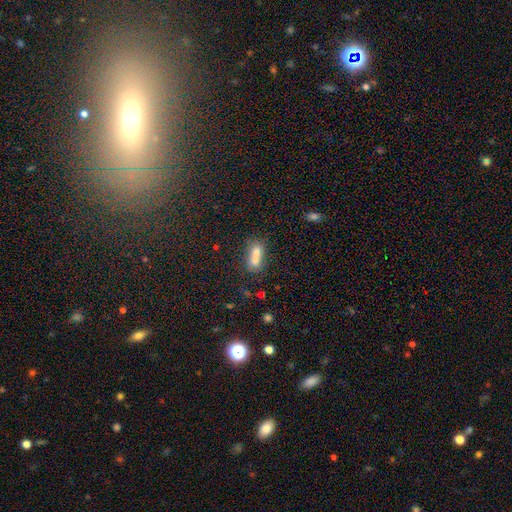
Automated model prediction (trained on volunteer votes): Morphology: type=smooth (75%); roundness=in between (60%); merging=none (45%).